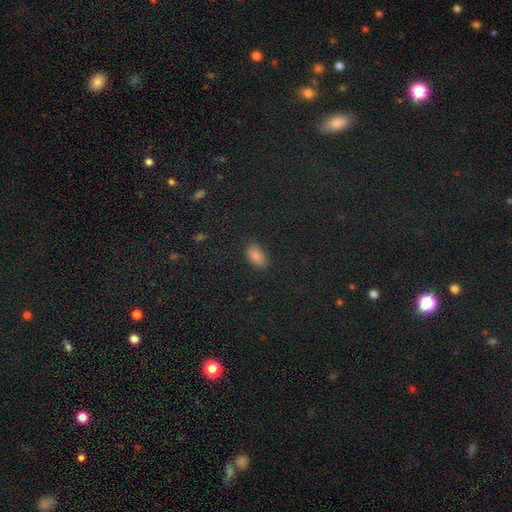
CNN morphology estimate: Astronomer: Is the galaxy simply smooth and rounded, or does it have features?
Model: smooth — 69%.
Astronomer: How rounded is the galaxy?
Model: in between — 87%.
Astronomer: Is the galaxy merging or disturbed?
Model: none — 87%.